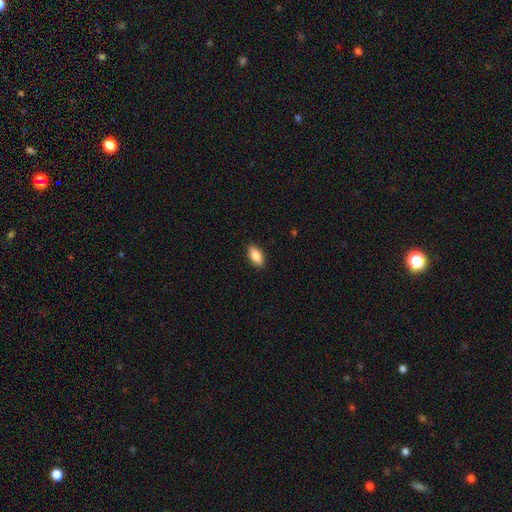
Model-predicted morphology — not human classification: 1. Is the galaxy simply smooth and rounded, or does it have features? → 86% smooth, 7% featured or disk, 7% star or artifact.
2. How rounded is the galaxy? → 91% in between, 6% cigar-shaped, 3% round.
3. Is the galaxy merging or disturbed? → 89% none, 8% minor disturbance, 2% major disturbance, 1% merger.